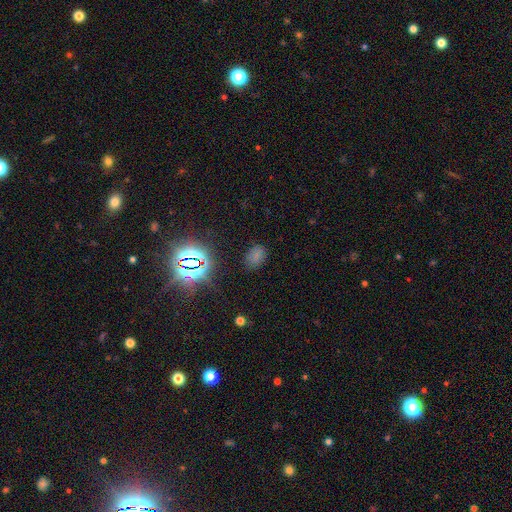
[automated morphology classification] type=smooth (64%); roundness=in between (79%); merging=none (79%).